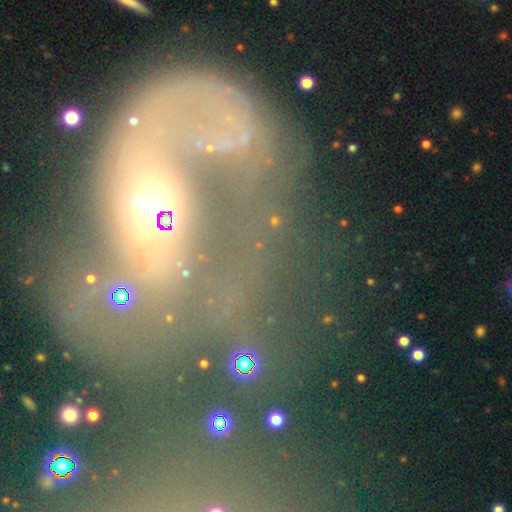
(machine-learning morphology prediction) This is likely a featured or disk galaxy (64%). It is clearly not viewed edge-on (94%). Bar: possibly no (48%). Spiral arm pattern: likely yes (64%). Central bulge: possibly moderate (52%). Merging: marginally major disturbance (39%).